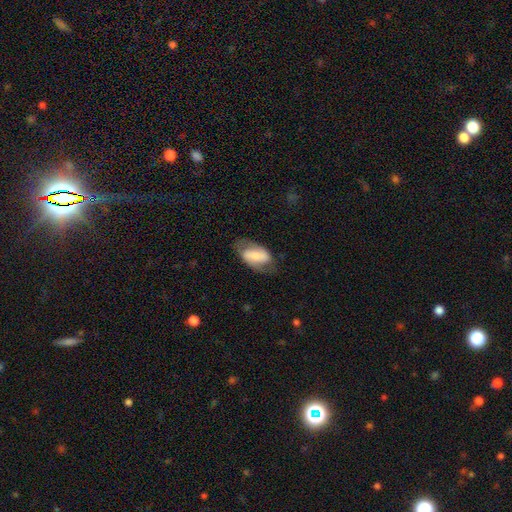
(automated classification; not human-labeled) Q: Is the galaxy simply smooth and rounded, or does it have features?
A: featured or disk — 51%.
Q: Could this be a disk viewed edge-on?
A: no — 94%.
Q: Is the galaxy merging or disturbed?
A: none — 66%.